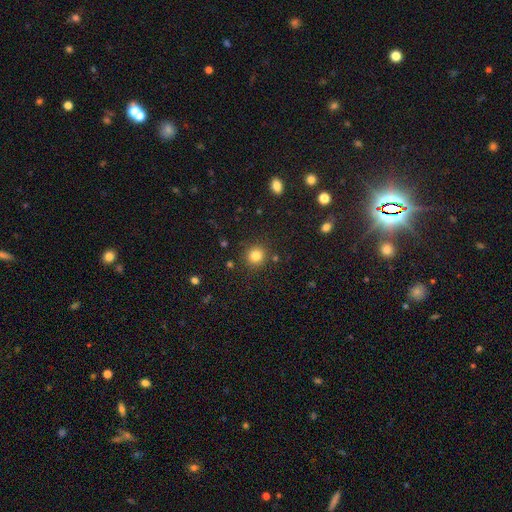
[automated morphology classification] A smooth galaxy with no disk features (82%) that is round (92%).

Vote fractions:
- Smooth or featured? smooth: 82% / star or artifact: 12% / featured or disk: 5%
- How rounded? round: 92% / in between: 7% / cigar-shaped: 1%
- Merging? none: 88% / minor disturbance: 7% / merger: 3% / major disturbance: 3%